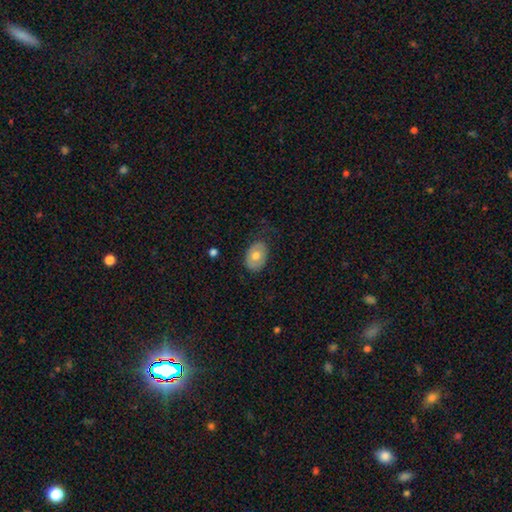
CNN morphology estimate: type=smooth (66%); roundness=in between (81%); merging=none (72%).